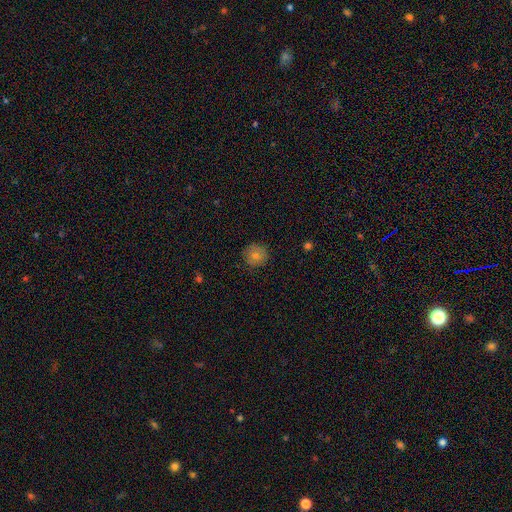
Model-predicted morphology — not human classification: Smooth or featured? smooth (70%)
How rounded? round (95%)
Merging? none (87%)